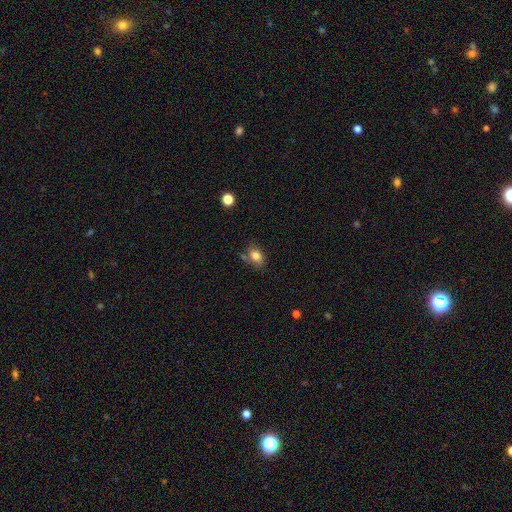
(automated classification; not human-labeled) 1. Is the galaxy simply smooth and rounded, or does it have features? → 80% smooth, 10% featured or disk, 10% star or artifact.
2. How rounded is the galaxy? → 77% in between, 21% round, 2% cigar-shaped.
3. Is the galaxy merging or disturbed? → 64% none, 21% minor disturbance, 9% merger, 6% major disturbance.